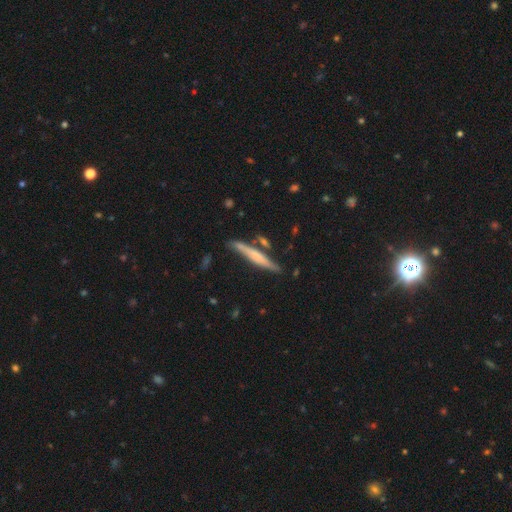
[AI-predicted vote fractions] This appears to be a featured or disk galaxy (51%) viewed edge-on (95%). Merging: none (76%).